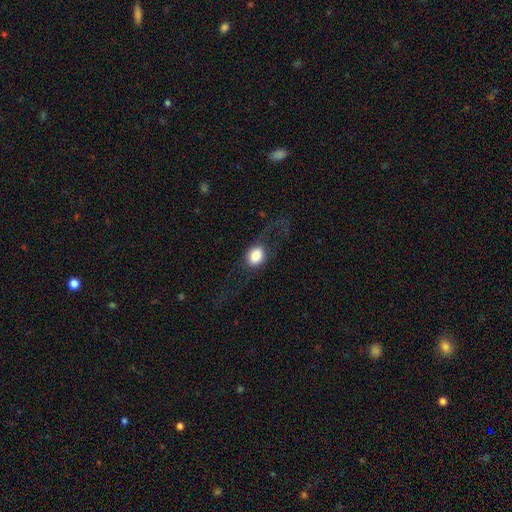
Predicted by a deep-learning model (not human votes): This is likely a smooth galaxy (77%). How rounded: possibly in between (52%). Merging: possibly none (55%).